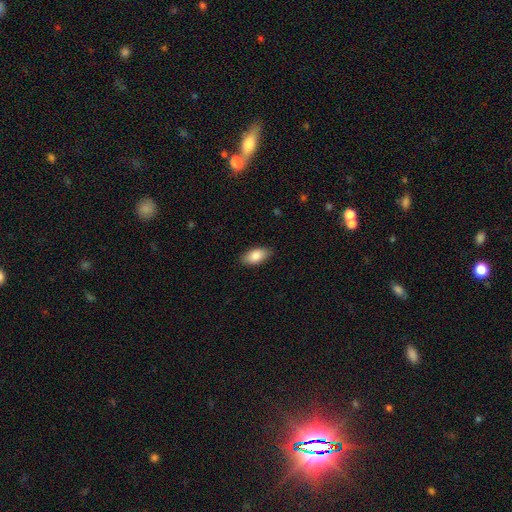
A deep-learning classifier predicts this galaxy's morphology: smooth-or-featured: smooth: 85% | featured or disk: 9% | star or artifact: 6%
  how-rounded: in between: 92% | cigar-shaped: 5% | round: 3%
  merging: none: 87% | minor disturbance: 10% | major disturbance: 2% | merger: 1%